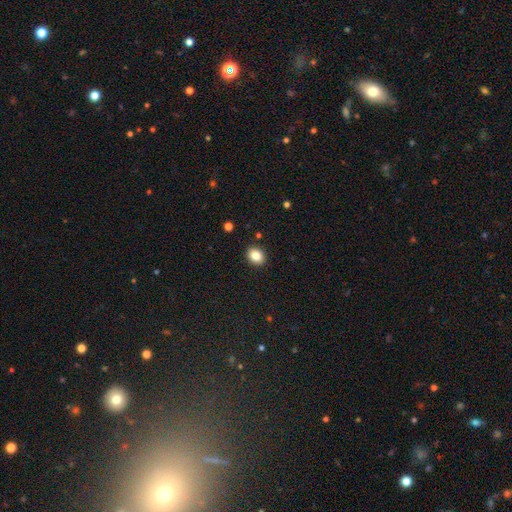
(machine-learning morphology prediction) This appears to be a smooth galaxy with no disk features (85%) that is in between round and cigar-shaped (51%). Merging: none (91%).